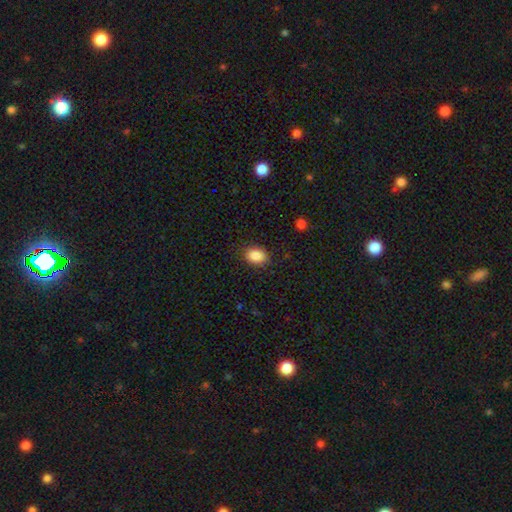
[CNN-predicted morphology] type=smooth (88%); roundness=in between (69%); merging=none (86%).